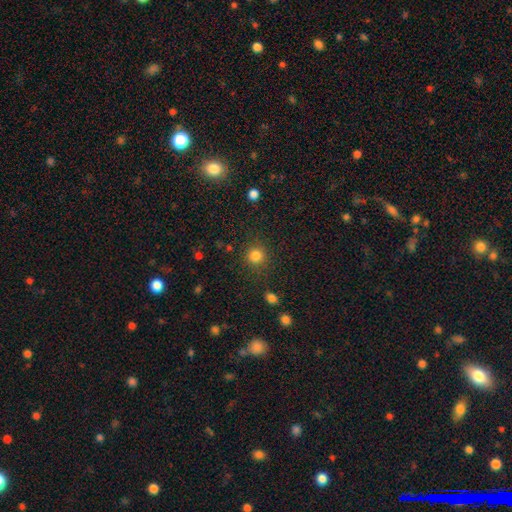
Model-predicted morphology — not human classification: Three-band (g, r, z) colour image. It shows a smooth galaxy with no disk features (83%) that is round (93%). Merging: none (87%).